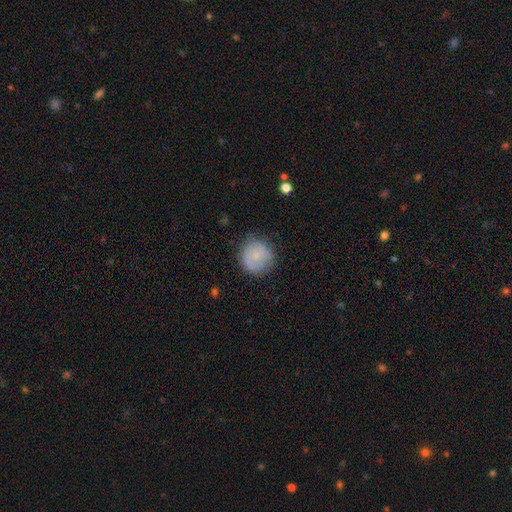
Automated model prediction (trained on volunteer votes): The model was most divided on "smooth or featured": smooth: 68%, featured or disk: 24%, star or artifact: 8%. More confident: how rounded — round (90%); merging — none (72%).